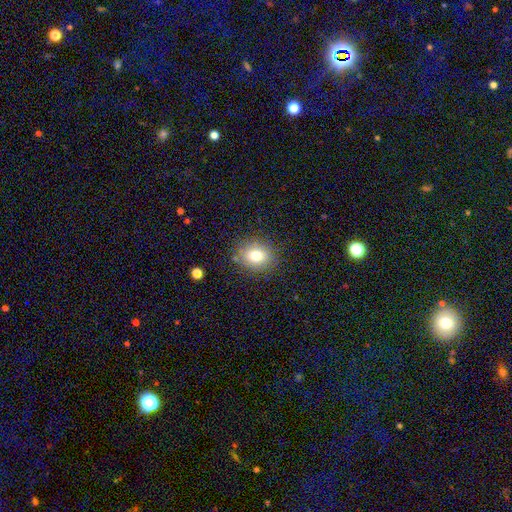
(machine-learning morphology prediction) The model was most divided on "how rounded": round: 56%, in between: 43%, cigar-shaped: 1%. More confident: merging — none (83%); smooth or featured — smooth (78%).